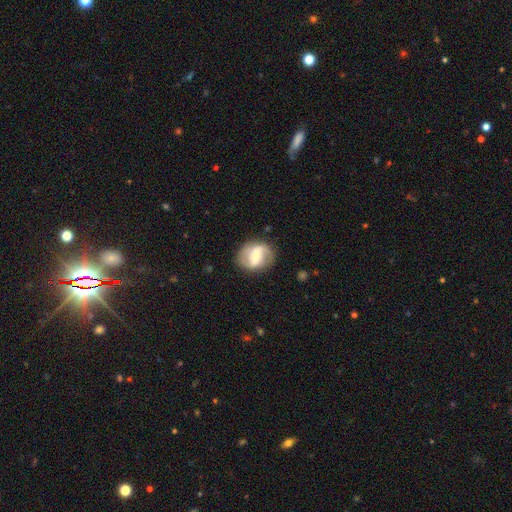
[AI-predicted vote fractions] This is likely a featured or disk galaxy (72%). It is clearly not viewed edge-on (97%). Bar: marginally strong (43%). Spiral arm pattern: clearly yes (88%). Spiral arm count: clearly 2 (85%). Spiral winding: marginally loose (43%). Central bulge: possibly small (46%). Merging: likely none (77%).